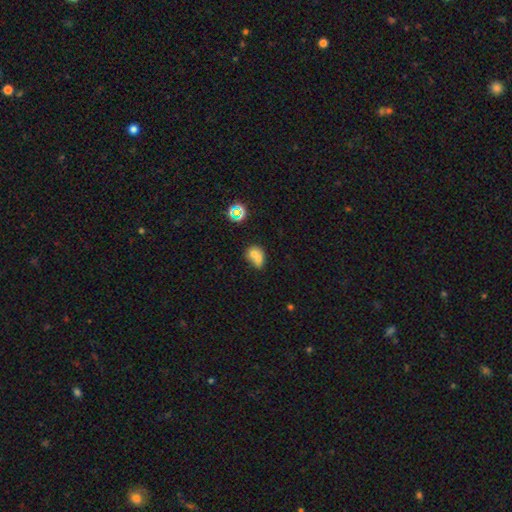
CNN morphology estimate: Smooth or featured: smooth — 66% (featured or disk — 21%)
How rounded: round — 50% (in between — 49%)
Merging: merger — 64% (none — 23%)